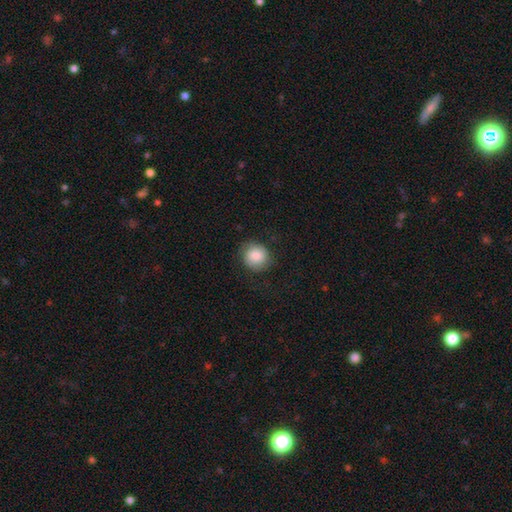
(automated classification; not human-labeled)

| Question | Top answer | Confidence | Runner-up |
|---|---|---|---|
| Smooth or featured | smooth | 82% | featured or disk (11%) |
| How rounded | round | 85% | in between (14%) |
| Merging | none | 78% | minor disturbance (15%) |